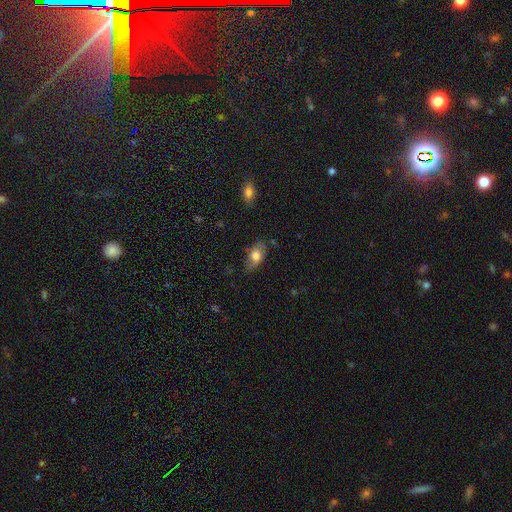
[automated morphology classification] smooth_or_featured: smooth (p=0.70) [alt: featured or disk p=0.23]
how_rounded: in between (p=0.86) [alt: round p=0.09]
merging: none (p=0.65) [alt: minor disturbance p=0.26]